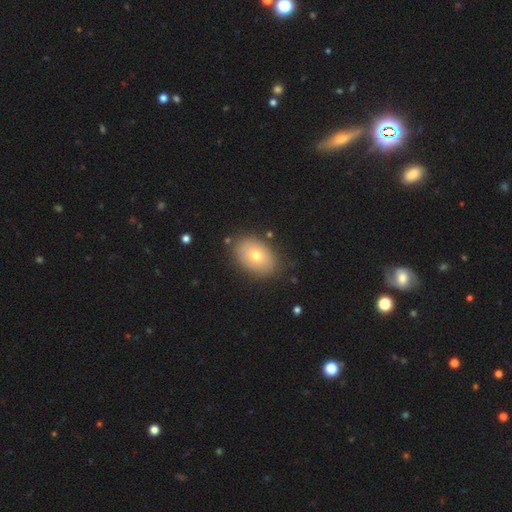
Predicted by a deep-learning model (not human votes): This appears to be a smooth galaxy with no disk features (71%) that is in between round and cigar-shaped (82%). Merging: none (84%).